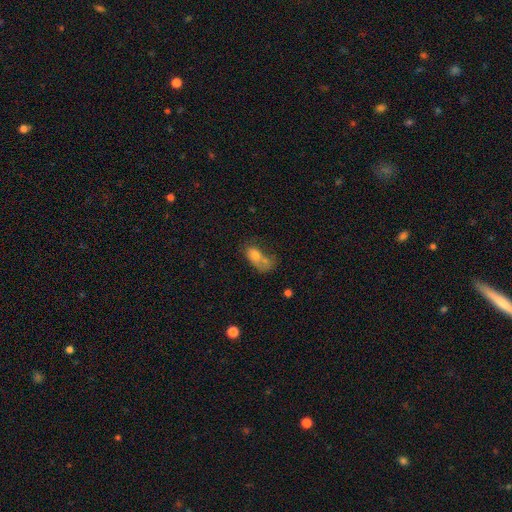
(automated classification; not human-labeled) Smooth or featured? Predicted: smooth (p=0.62). How rounded? Predicted: in between (p=0.79). Merging? Predicted: merger (p=0.42).